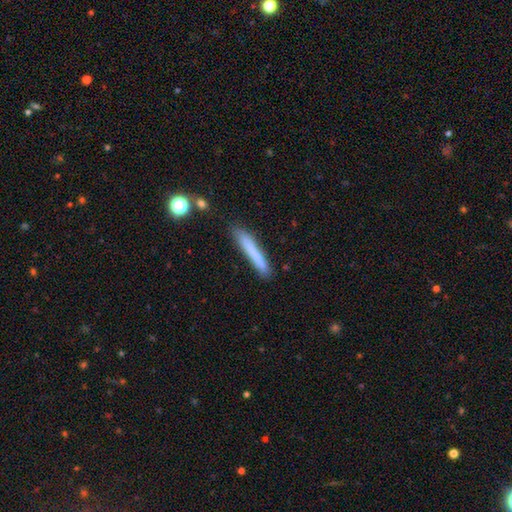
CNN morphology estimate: Smooth or featured?
  - smooth: 72% *
  - featured or disk: 20%
  - star or artifact: 8%
How rounded?
  - cigar-shaped: 95% *
  - in between: 4%
  - round: 1%
Merging?
  - none: 82% *
  - minor disturbance: 13%
  - major disturbance: 3%
  - merger: 3%